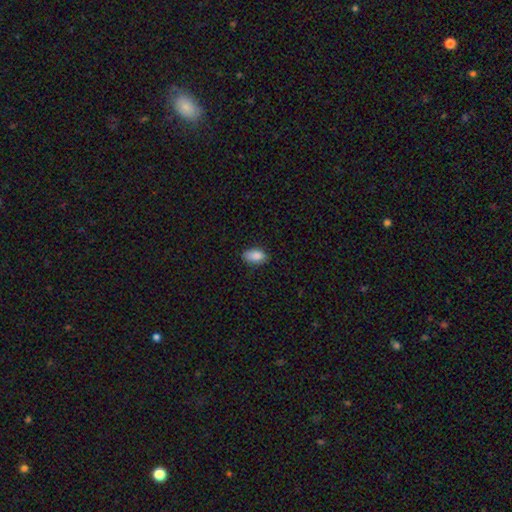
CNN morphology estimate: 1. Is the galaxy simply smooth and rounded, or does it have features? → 88% smooth, 7% star or artifact, 5% featured or disk.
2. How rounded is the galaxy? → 93% in between, 5% round, 3% cigar-shaped.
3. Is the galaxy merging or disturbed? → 80% none, 16% minor disturbance, 3% major disturbance, 1% merger.